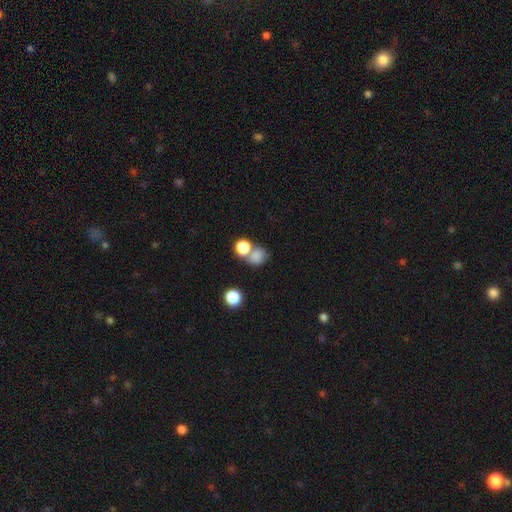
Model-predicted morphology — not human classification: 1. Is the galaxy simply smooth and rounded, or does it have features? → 78% smooth, 13% star or artifact, 8% featured or disk.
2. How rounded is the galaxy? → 69% round, 30% in between, 1% cigar-shaped.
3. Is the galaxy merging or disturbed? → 44% none, 40% merger, 10% minor disturbance, 5% major disturbance.